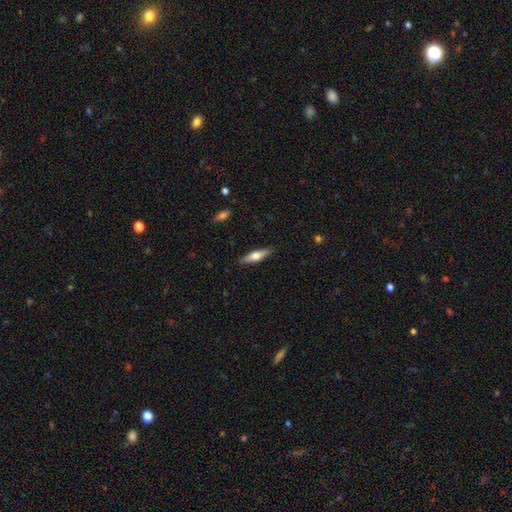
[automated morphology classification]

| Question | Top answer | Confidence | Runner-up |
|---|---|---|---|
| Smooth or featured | smooth | 54% | featured or disk (40%) |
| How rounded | cigar-shaped | 66% | in between (32%) |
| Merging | none | 88% | minor disturbance (9%) |